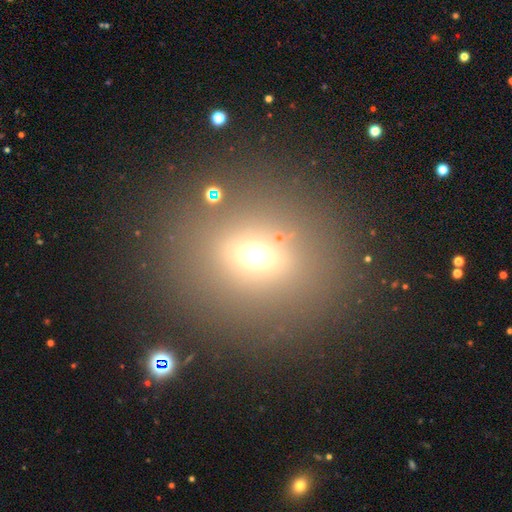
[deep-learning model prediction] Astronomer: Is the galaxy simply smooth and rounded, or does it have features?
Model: smooth — 58%.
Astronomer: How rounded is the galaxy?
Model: round — 71%.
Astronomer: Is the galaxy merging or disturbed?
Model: none — 82%.